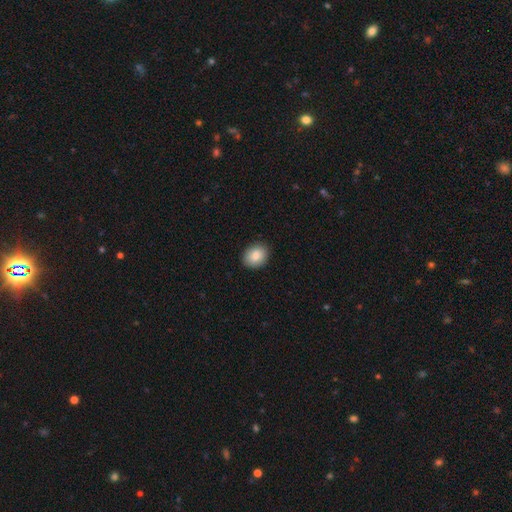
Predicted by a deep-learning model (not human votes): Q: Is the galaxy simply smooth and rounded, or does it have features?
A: smooth — 86%.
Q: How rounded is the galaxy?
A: in between — 51%.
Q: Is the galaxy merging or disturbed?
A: none — 90%.